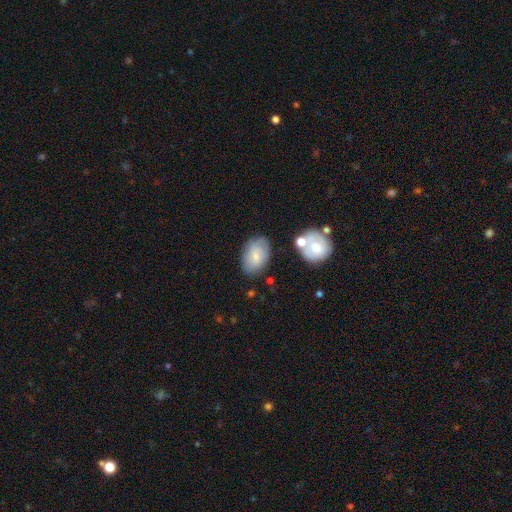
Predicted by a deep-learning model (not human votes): Morphology: type=smooth (66%); roundness=in between (88%); merging=none (73%).